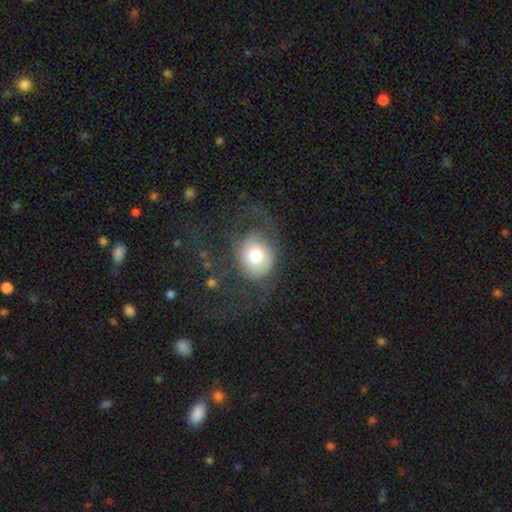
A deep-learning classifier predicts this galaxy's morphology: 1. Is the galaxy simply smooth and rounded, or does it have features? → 62% smooth, 29% featured or disk, 10% star or artifact.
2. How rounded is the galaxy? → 69% round, 30% in between, 1% cigar-shaped.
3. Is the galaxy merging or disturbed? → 41% none, 40% major disturbance, 17% minor disturbance, 2% merger.